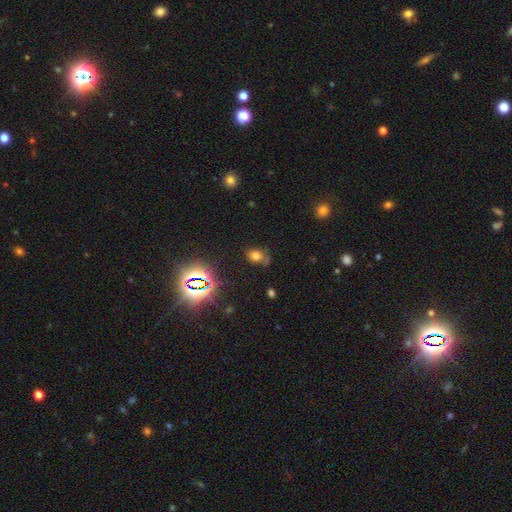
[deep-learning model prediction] This appears to be a smooth galaxy with no disk features (63%) that is in between round and cigar-shaped (51%). Merging: none (61%).